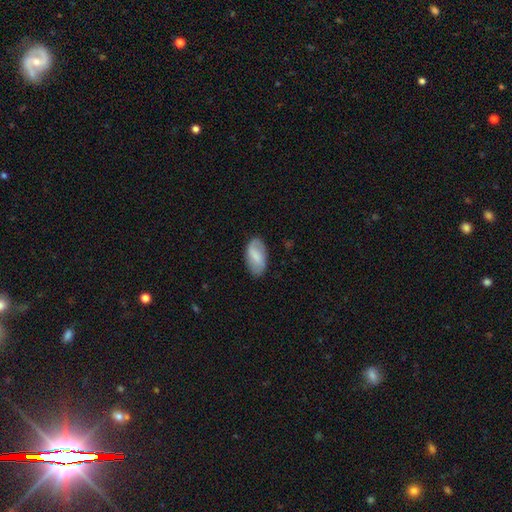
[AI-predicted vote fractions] A smooth galaxy with no disk features (62%) that is in between round and cigar-shaped (94%). Merging: none (78%).